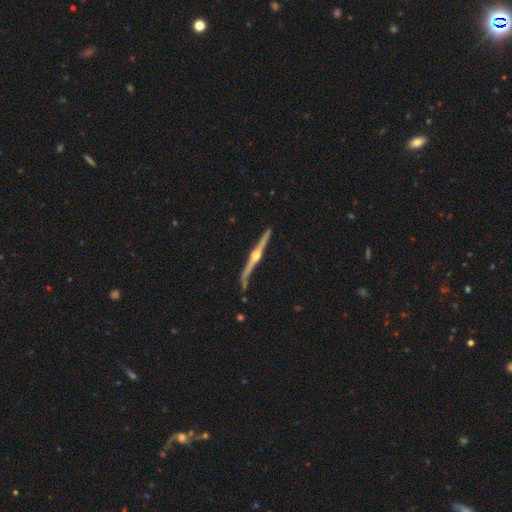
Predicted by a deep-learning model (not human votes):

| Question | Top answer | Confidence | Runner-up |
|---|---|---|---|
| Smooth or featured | featured or disk | 88% | smooth (8%) |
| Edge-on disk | yes | 98% | no (2%) |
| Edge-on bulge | rounded | 96% | boxy (2%) |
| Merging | none | 80% | minor disturbance (14%) |